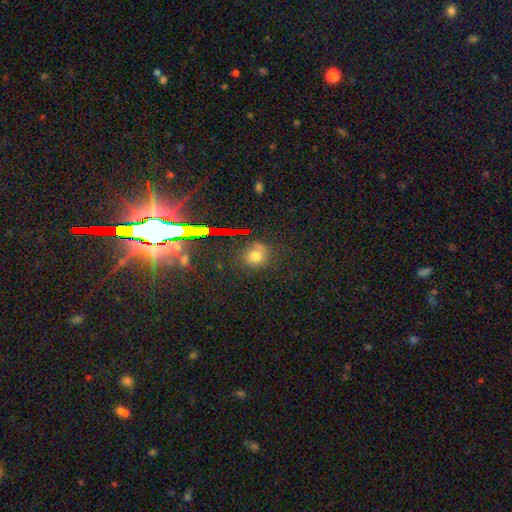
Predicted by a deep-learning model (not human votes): smooth 67%, star or artifact 22%, featured or disk 10%. Down the decision tree: how rounded — round (81%); merging — none (75%).